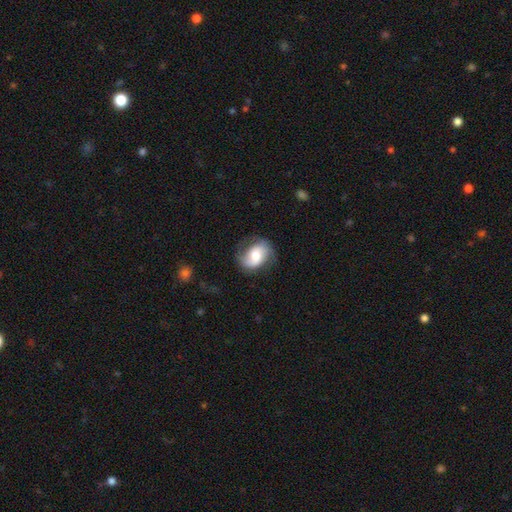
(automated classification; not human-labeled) Q: Smooth or featured?
A: featured or disk (54%); runner-up: smooth (38%)
Q: Edge-on disk?
A: no (96%); runner-up: yes (4%)
Q: Bar?
A: no (48%); runner-up: weak (36%)
Q: Spiral arms?
A: yes (86%); runner-up: no (14%)
Q: Bulge size?
A: moderate (54%); runner-up: large (23%)
Q: Merging?
A: none (67%); runner-up: minor disturbance (22%)